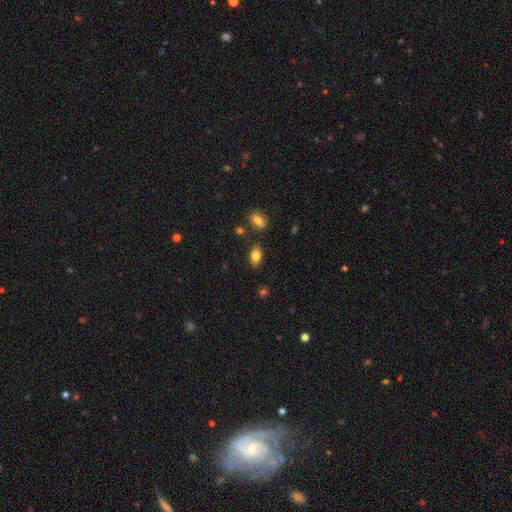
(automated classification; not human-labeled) smooth-or-featured: smooth: 81% | featured or disk: 10% | star or artifact: 8%
  how-rounded: in between: 90% | round: 7% | cigar-shaped: 3%
  merging: none: 84% | minor disturbance: 10% | merger: 3% | major disturbance: 2%